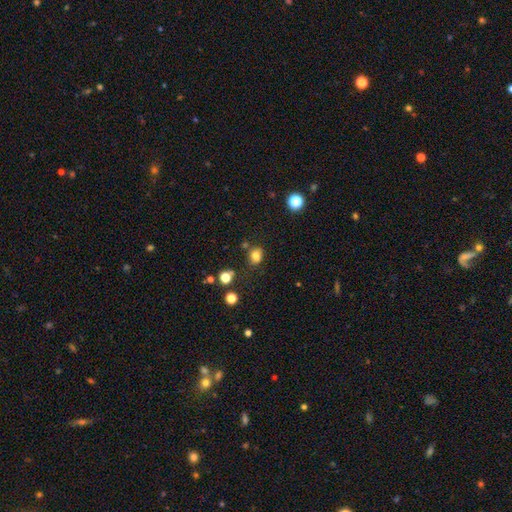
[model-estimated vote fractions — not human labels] The model was most divided on "how rounded": in between: 51%, round: 48%, cigar-shaped: 1%. More confident: smooth or featured — smooth (78%); merging — none (67%).